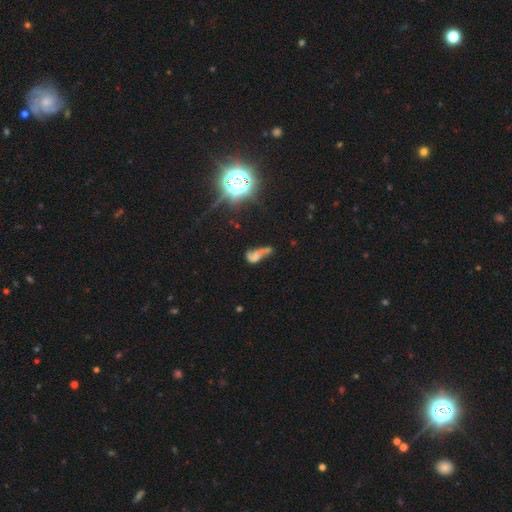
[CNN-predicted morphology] This is marginally a featured or disk galaxy (41%). Merging: marginally major disturbance (31%).